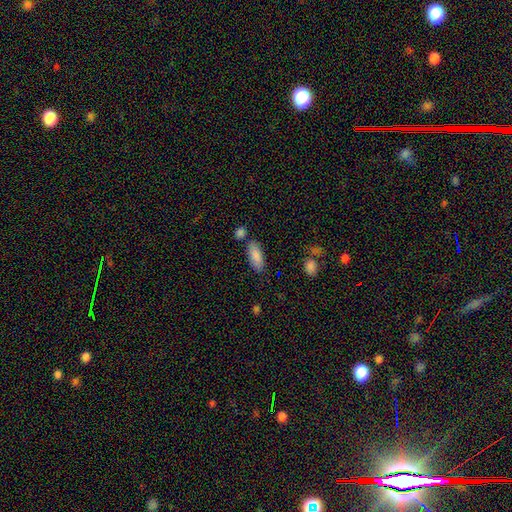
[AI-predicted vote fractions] smooth_or_featured: smooth (p=0.87) [alt: featured or disk p=0.07]
how_rounded: in between (p=0.77) [alt: cigar-shaped p=0.21]
merging: none (p=0.77) [alt: minor disturbance p=0.13]